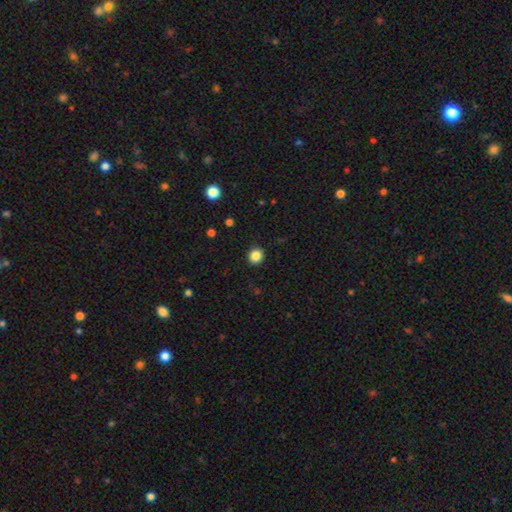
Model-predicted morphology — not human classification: A smooth galaxy with no disk features (86%) that is round (84%).

Vote fractions:
- Smooth or featured? smooth: 86% / star or artifact: 11% / featured or disk: 4%
- How rounded? round: 84% / in between: 15% / cigar-shaped: 1%
- Merging? none: 92% / minor disturbance: 6% / major disturbance: 2% / merger: 1%